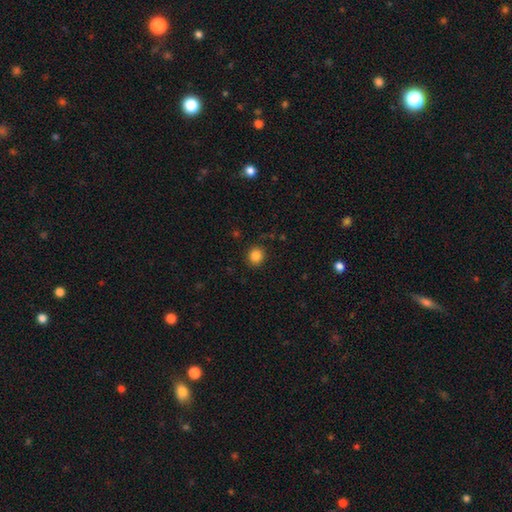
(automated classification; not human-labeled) This appears to be a smooth galaxy with no disk features (85%) that is round (87%). Merging: none (89%).